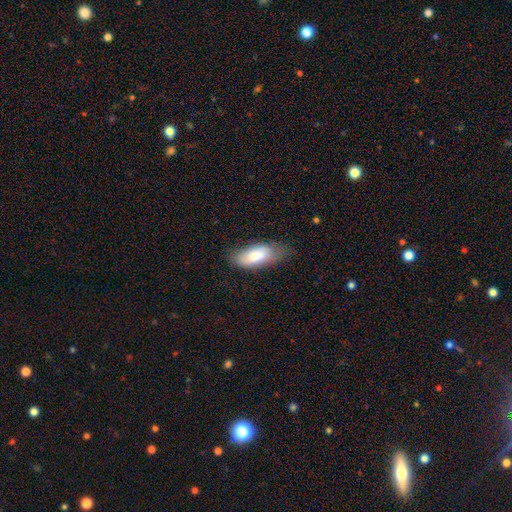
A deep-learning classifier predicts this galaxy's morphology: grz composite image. It shows a smooth galaxy with no disk features (79%) that is in between round and cigar-shaped (87%). Merging: none (62%).